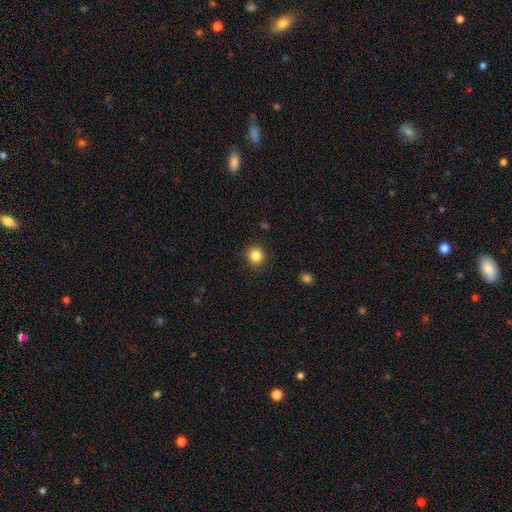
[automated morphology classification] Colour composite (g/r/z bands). It shows a smooth galaxy with no disk features (84%) that is round (91%). Merging: none (91%).